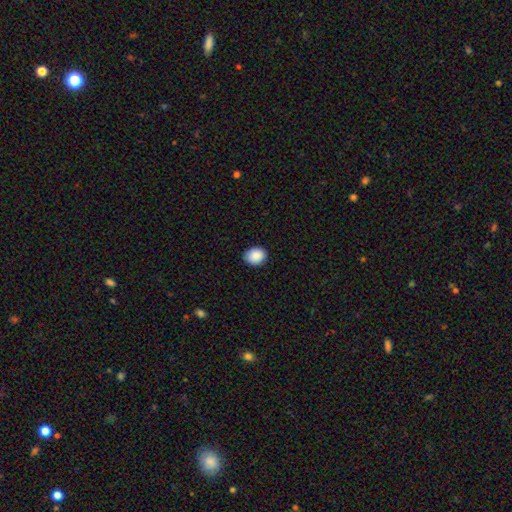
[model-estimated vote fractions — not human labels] Smooth or featured? smooth (89%)
How rounded? round (59%)
Merging? none (88%)